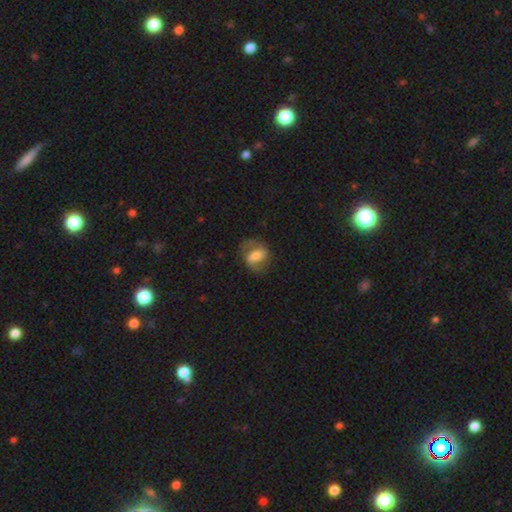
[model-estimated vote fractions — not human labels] featured or disk 55%, smooth 37%, star or artifact 7%. Down the decision tree: edge-on disk — no (95%); bar — weak (40%); spiral arms — yes (80%); bulge size — moderate (43%); merging — none (65%).